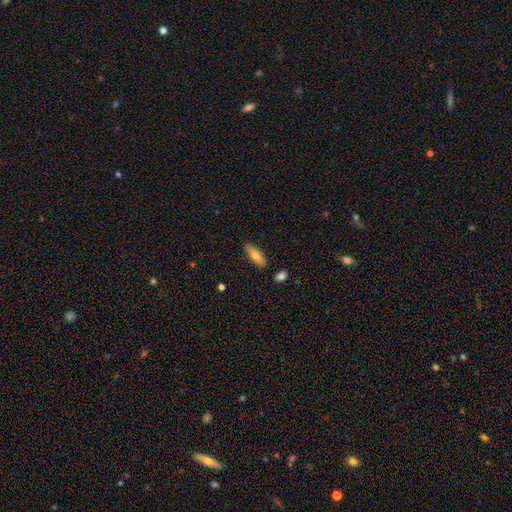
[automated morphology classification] Smooth or featured? Predicted: smooth (p=0.72). How rounded? Predicted: in between (p=0.54). Merging? Predicted: none (p=0.86).